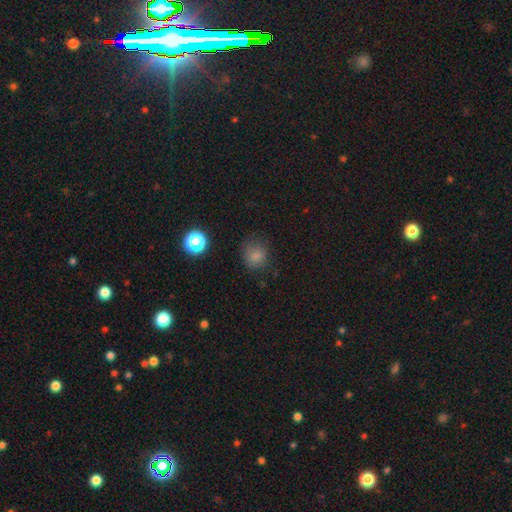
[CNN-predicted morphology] type=smooth (76%); roundness=round (76%); merging=none (70%).